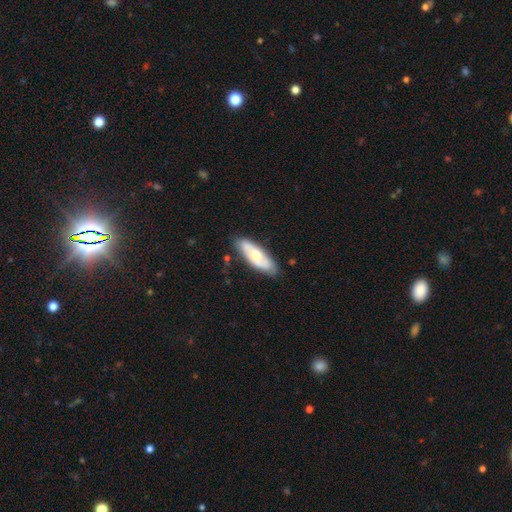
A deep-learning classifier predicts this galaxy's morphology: Smooth or featured?
  - smooth: 50% *
  - featured or disk: 45%
  - star or artifact: 5%
Merging?
  - none: 80% *
  - minor disturbance: 15%
  - major disturbance: 3%
  - merger: 2%